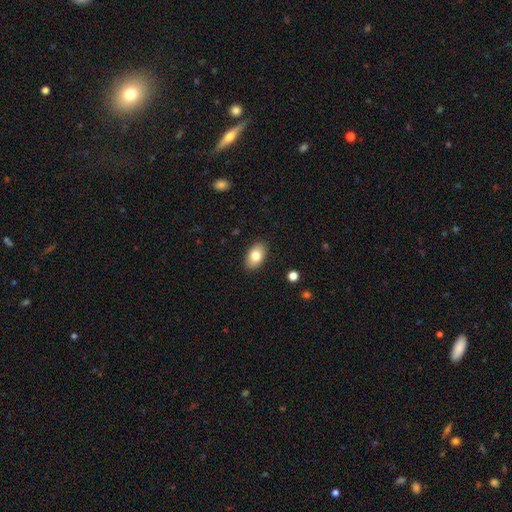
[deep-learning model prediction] The model was most divided on "smooth or featured": smooth: 81%, featured or disk: 12%, star or artifact: 7%. More confident: how rounded — in between (92%); merging — none (89%).